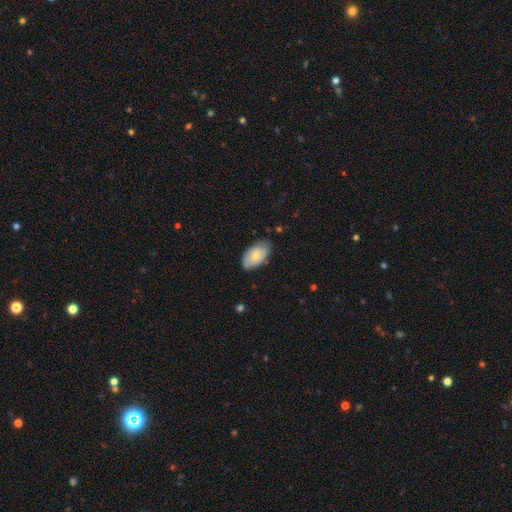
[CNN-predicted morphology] This appears to be a smooth galaxy with no disk features (71%) that is in between round and cigar-shaped (95%). Merging: none (76%).